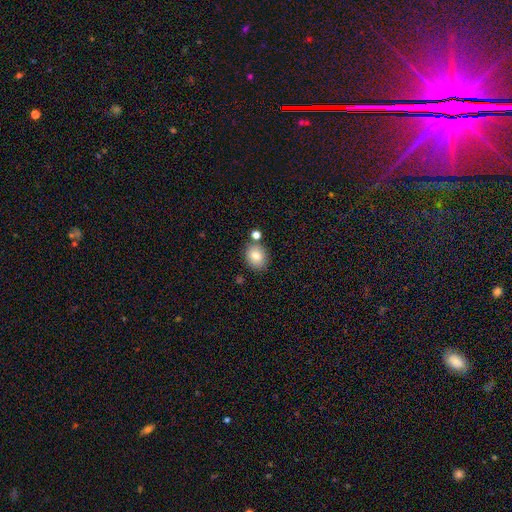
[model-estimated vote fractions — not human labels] smooth 80%, featured or disk 11%, star or artifact 10%. Down the decision tree: how rounded — round (64%); merging — none (76%).